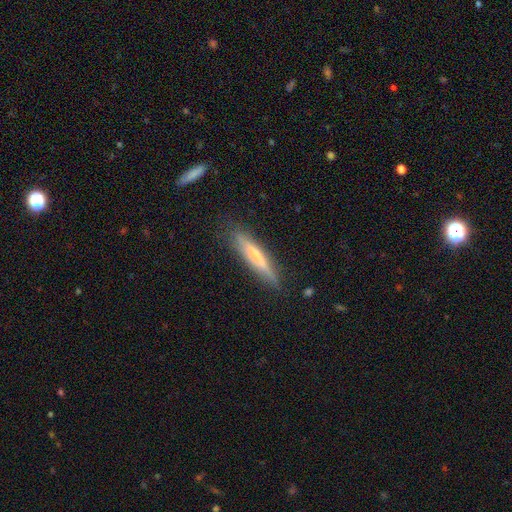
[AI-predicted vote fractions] smooth_or_featured: smooth (p=0.52) [alt: featured or disk p=0.41]
how_rounded: cigar-shaped (p=0.89) [alt: in between p=0.09]
merging: none (p=0.82) [alt: minor disturbance p=0.13]